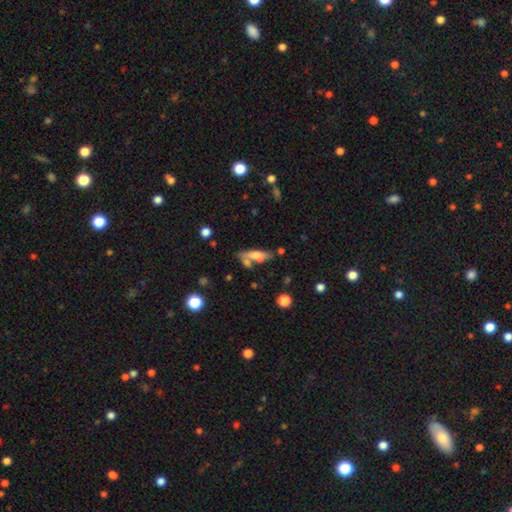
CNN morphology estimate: smooth_or_featured: smooth (p=0.65) [alt: featured or disk p=0.26]
how_rounded: cigar-shaped (p=0.50) [alt: in between p=0.47]
merging: none (p=0.51) [alt: merger p=0.25]